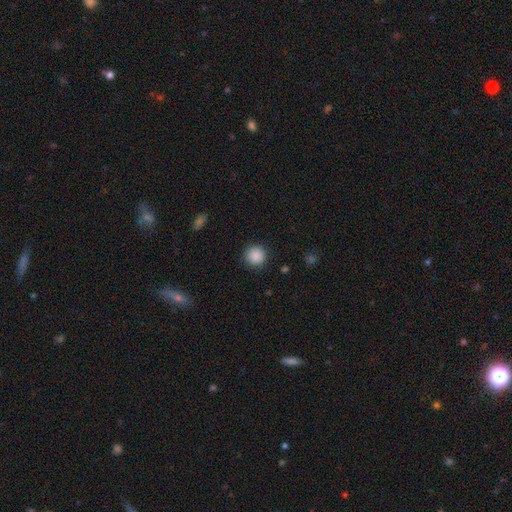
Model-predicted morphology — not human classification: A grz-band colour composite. It shows a smooth galaxy with no disk features (88%) that is round (94%). Merging: none (89%).